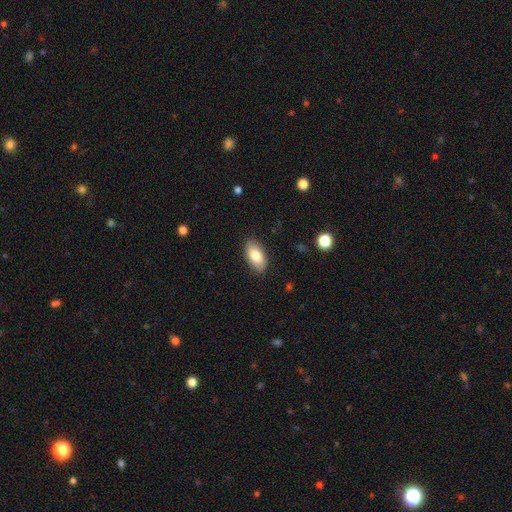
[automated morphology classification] A smooth galaxy with no disk features (82%) that is in between round and cigar-shaped (93%).

Vote fractions:
- Smooth or featured? smooth: 82% / featured or disk: 11% / star or artifact: 6%
- How rounded? in between: 93% / cigar-shaped: 4% / round: 3%
- Merging? none: 87% / minor disturbance: 9% / major disturbance: 2% / merger: 1%